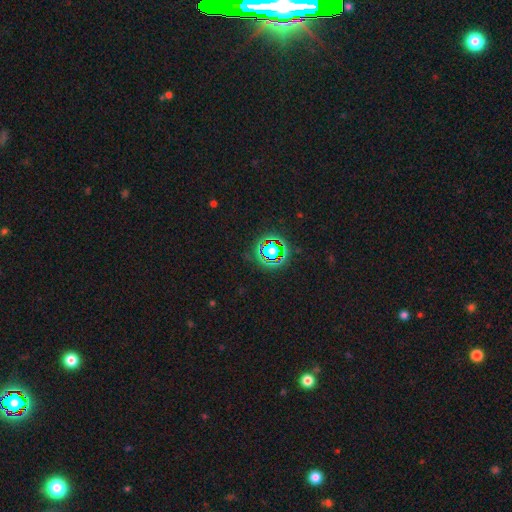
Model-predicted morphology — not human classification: smooth_or_featured: star or artifact (p=0.80) [alt: smooth p=0.13]